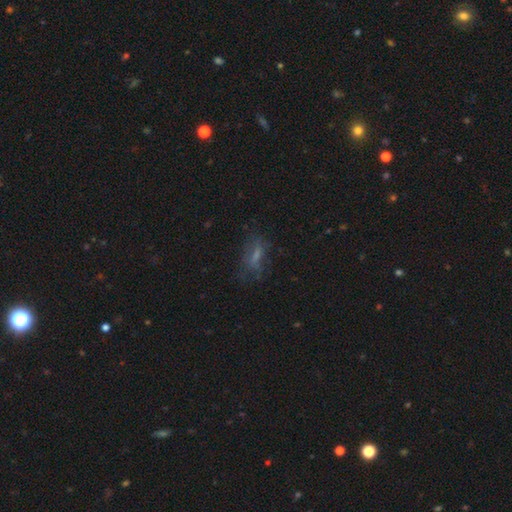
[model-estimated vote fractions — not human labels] Smooth or featured?
  - smooth: 48% *
  - featured or disk: 34%
  - star or artifact: 18%
Merging?
  - none: 56% *
  - minor disturbance: 21%
  - major disturbance: 20%
  - merger: 2%